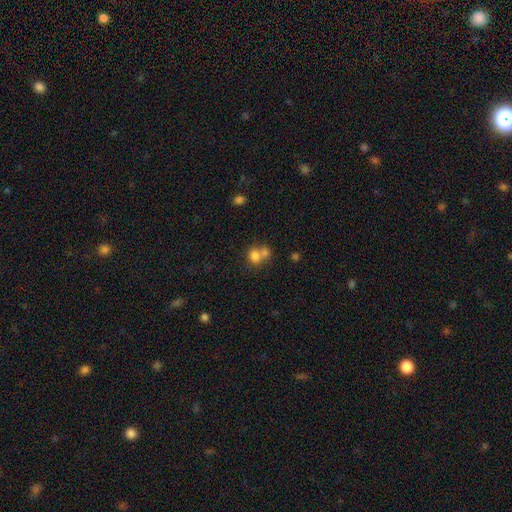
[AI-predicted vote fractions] smooth_or_featured: smooth (p=0.77) [alt: star or artifact p=0.12]
how_rounded: round (p=0.72) [alt: in between p=0.27]
merging: merger (p=0.55) [alt: none p=0.35]